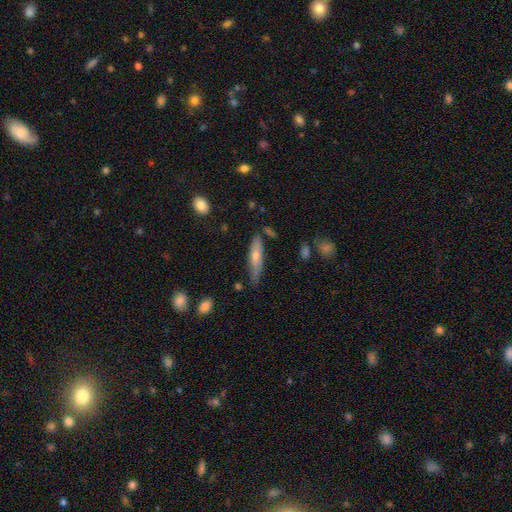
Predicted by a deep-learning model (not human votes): A smooth galaxy with no disk features (55%) that is cigar-shaped (73%).

Vote fractions:
- Smooth or featured? smooth: 55% / featured or disk: 38% / star or artifact: 7%
- How rounded? cigar-shaped: 73% / in between: 24% / round: 2%
- Merging? none: 70% / minor disturbance: 22% / major disturbance: 4% / merger: 4%